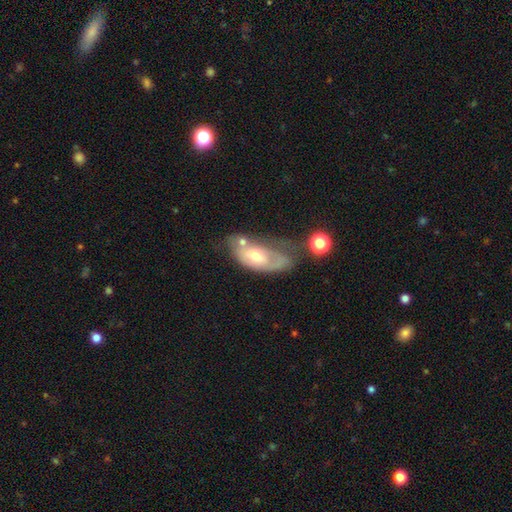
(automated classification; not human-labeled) A featured or disk galaxy (54%). Merging: none (29%).